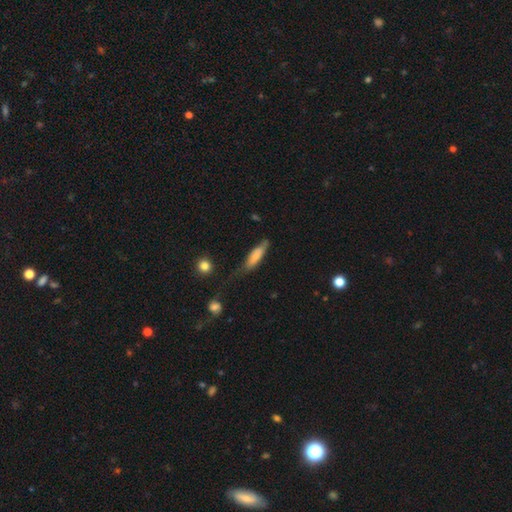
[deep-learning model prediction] smooth 72%, featured or disk 22%, star or artifact 6%. Down the decision tree: how rounded — cigar-shaped (64%); merging — none (51%).